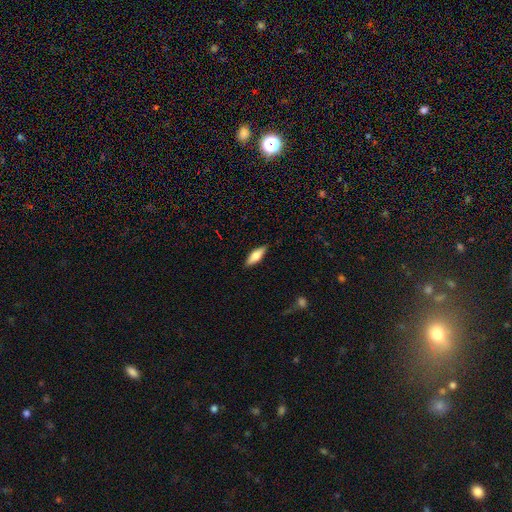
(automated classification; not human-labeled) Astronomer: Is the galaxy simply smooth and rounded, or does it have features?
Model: smooth — 71%.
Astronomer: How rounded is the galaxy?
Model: in between — 60% (runner-up: cigar-shaped, 38%).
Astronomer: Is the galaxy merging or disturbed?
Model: none — 87%.